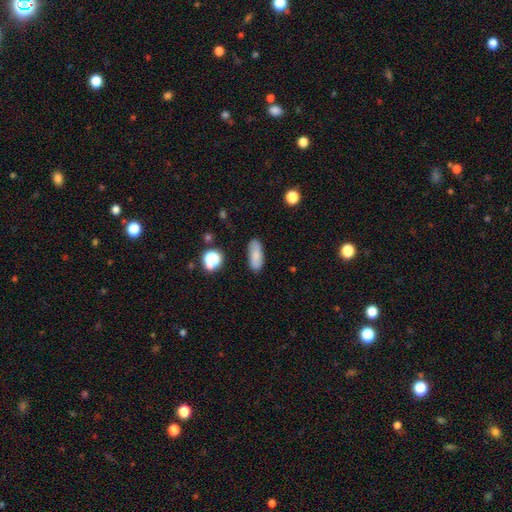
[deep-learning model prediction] Overall: smooth (78%). How rounded: in between (78%). Merging: none (82%).